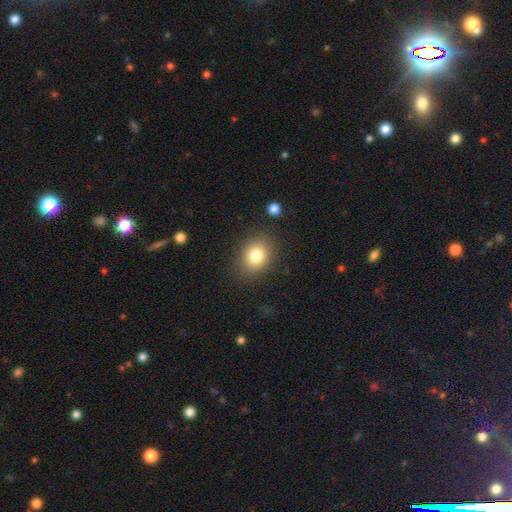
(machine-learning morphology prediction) smooth 81%, star or artifact 10%, featured or disk 9%. Down the decision tree: how rounded — in between (51%); merging — none (84%).